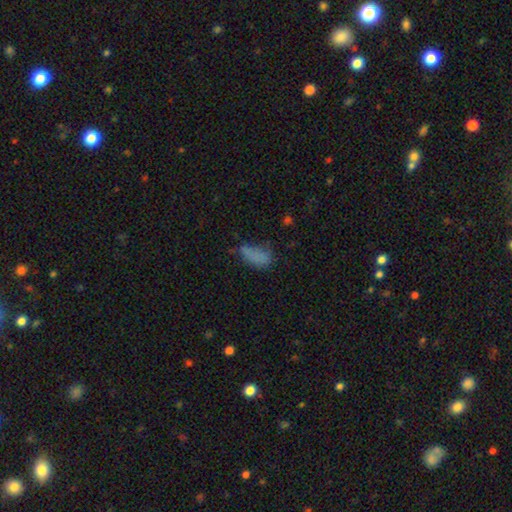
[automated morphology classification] Smooth or featured? Predicted: smooth (p=0.72). How rounded? Predicted: in between (p=0.85). Merging? Predicted: none (p=0.37).